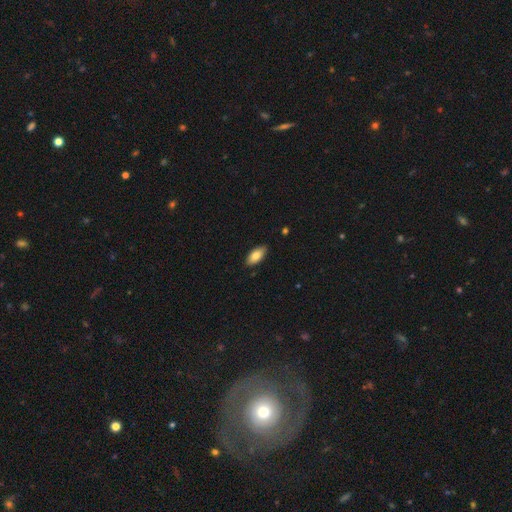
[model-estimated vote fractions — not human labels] This is clearly a smooth galaxy (82%). How rounded: clearly in between (90%). Merging: clearly none (87%).